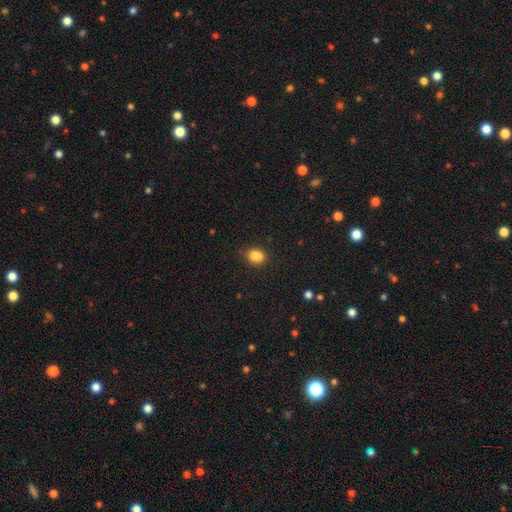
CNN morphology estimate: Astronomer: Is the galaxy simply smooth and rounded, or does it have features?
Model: smooth — 83%.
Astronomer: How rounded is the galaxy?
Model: in between — 57% (runner-up: round, 42%).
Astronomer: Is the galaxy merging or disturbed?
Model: none — 71%.